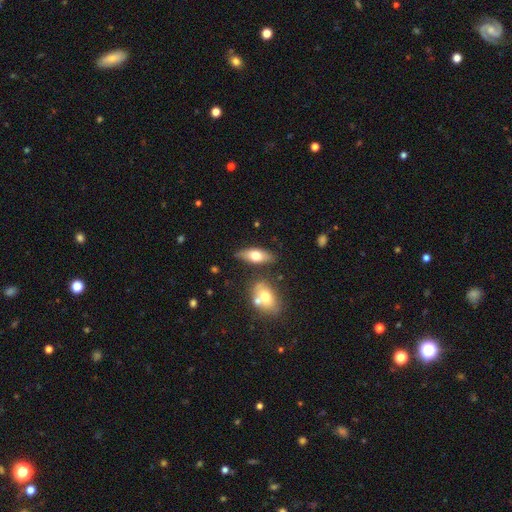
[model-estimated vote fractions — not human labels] smooth_or_featured: smooth (p=0.62) [alt: featured or disk p=0.31]
how_rounded: in between (p=0.77) [alt: cigar-shaped p=0.20]
merging: none (p=0.74) [alt: minor disturbance p=0.15]